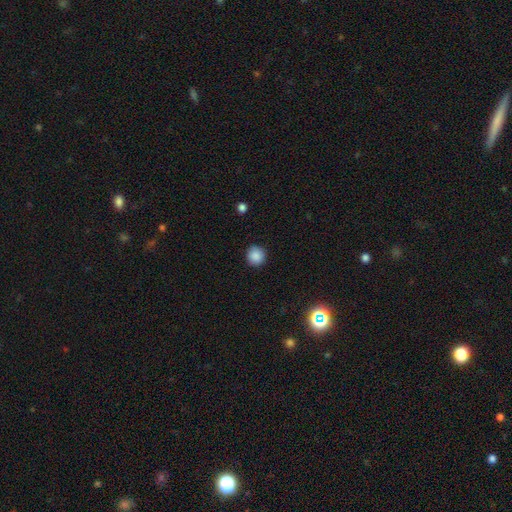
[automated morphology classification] Q: Smooth or featured?
A: smooth (87%); runner-up: star or artifact (10%)
Q: How rounded?
A: round (94%); runner-up: in between (5%)
Q: Merging?
A: none (91%); runner-up: minor disturbance (7%)